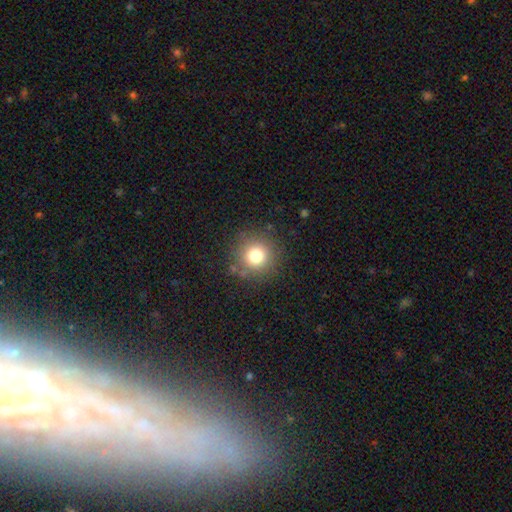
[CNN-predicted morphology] Smooth or featured? smooth (77%)
How rounded? round (94%)
Merging? none (86%)